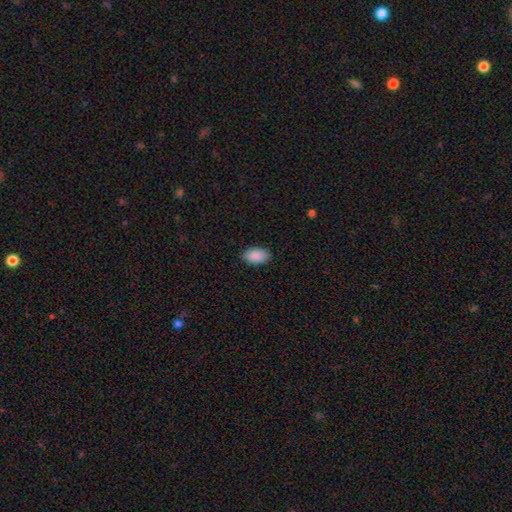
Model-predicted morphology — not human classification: smooth 90%, star or artifact 7%, featured or disk 3%. Down the decision tree: how rounded — in between (94%); merging — none (88%).